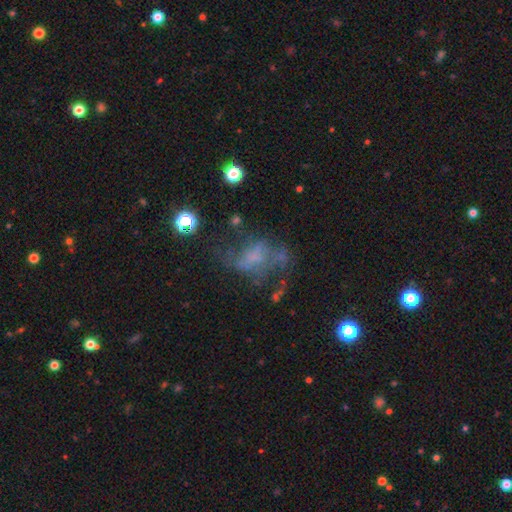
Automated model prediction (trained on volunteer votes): A featured or disk galaxy (54%) with no bar (77%), no spiral arms (68%) and no central bulge (65%). Merging: none (39%).